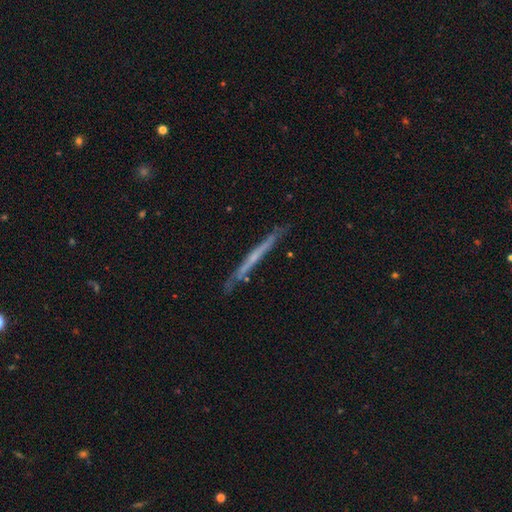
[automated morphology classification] This is likely a featured or disk galaxy (62%). It is clearly viewed edge-on (95%). Edge-on bulge: likely none (80%). Merging: likely none (80%).